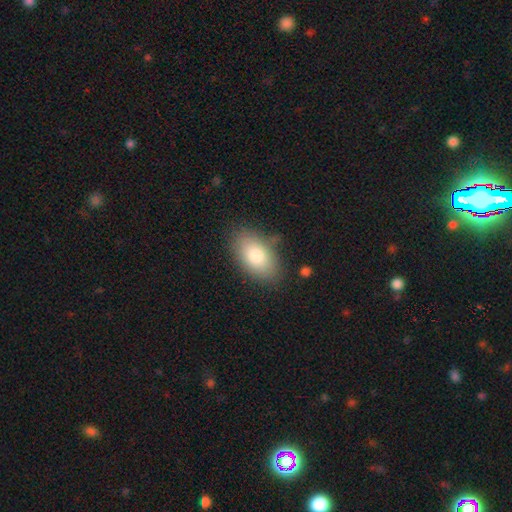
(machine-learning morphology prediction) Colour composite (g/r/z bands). It shows a smooth galaxy with no disk features (81%) that is in between round and cigar-shaped (93%). Merging: none (82%).